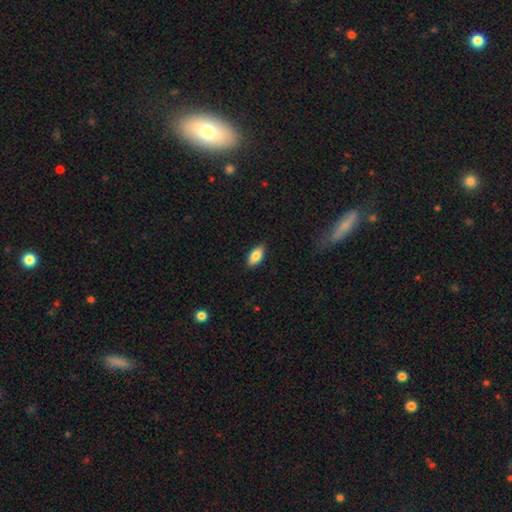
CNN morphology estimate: This appears to be a smooth galaxy with no disk features (80%) that is in between round and cigar-shaped (88%). Merging: none (88%).